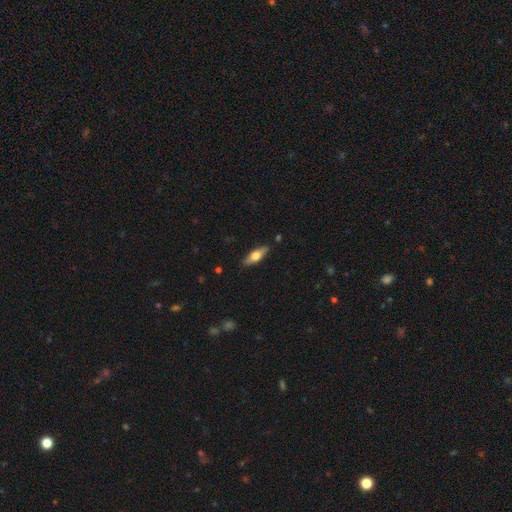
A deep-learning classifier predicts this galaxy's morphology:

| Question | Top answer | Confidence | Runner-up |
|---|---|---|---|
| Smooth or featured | smooth | 54% | featured or disk (40%) |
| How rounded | in between | 58% | cigar-shaped (39%) |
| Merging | none | 86% | minor disturbance (10%) |